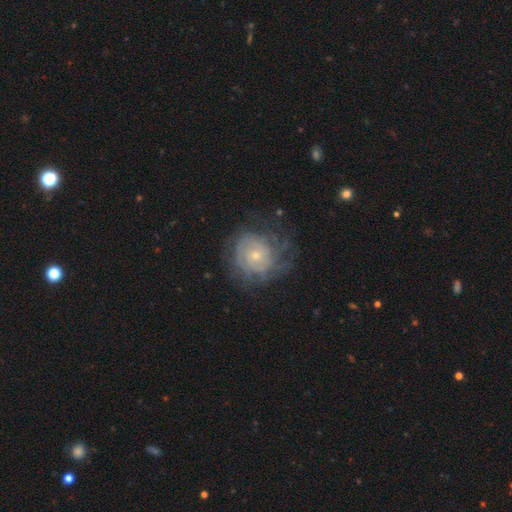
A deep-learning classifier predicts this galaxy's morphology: The model was most divided on "merging": none: 61%, minor disturbance: 21%, major disturbance: 17%, merger: 1%. More confident: edge-on disk — no (97%); spiral arms — yes (84%); bar — no (79%); smooth or featured — featured or disk (73%); bulge size — small (69%); spiral winding — tight (69%); spiral arm count — can't tell (54%).